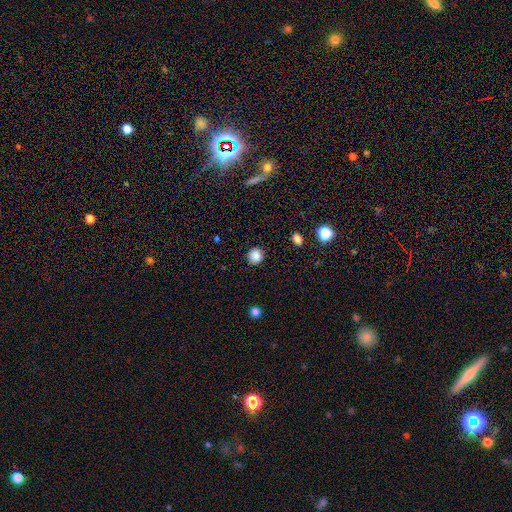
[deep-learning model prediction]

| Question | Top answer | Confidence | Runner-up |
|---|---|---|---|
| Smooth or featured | smooth | 84% | star or artifact (11%) |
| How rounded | round | 90% | in between (9%) |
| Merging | none | 90% | minor disturbance (7%) |